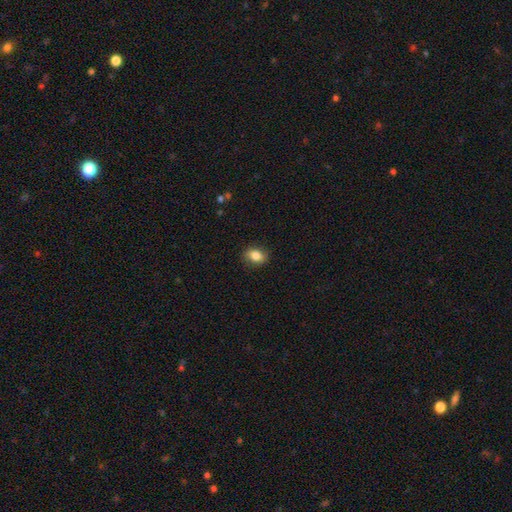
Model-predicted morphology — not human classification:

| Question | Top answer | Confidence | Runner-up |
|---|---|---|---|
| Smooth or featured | smooth | 83% | star or artifact (9%) |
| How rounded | in between | 68% | round (30%) |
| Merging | none | 86% | minor disturbance (11%) |